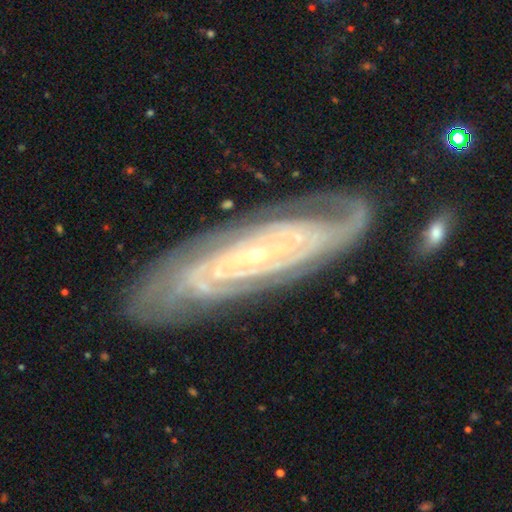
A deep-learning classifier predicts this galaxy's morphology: Smooth or featured? featured or disk (88%)
Edge-on disk? no (87%)
Bar? no (66%)
Spiral arms? yes (97%)
Spiral winding? tight (77%)
Spiral arm count? can't tell (28%, tied with 2)
Bulge size? small (86%)
Merging? none (79%)